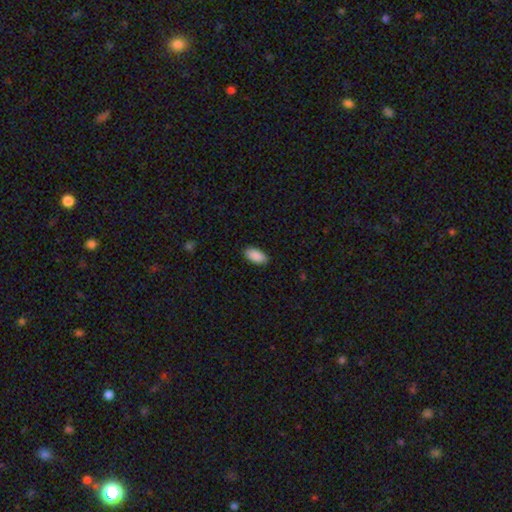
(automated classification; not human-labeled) smooth 91%, star or artifact 6%, featured or disk 3%. Down the decision tree: how rounded — in between (94%); merging — none (88%).